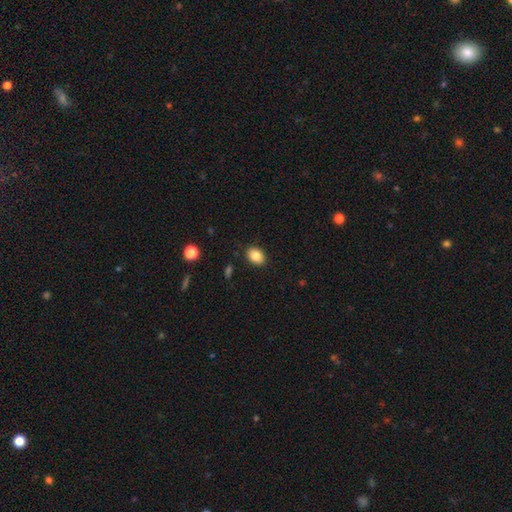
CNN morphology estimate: Q: Smooth or featured?
A: smooth (85%); runner-up: star or artifact (9%)
Q: How rounded?
A: in between (76%); runner-up: round (23%)
Q: Merging?
A: none (88%); runner-up: minor disturbance (9%)